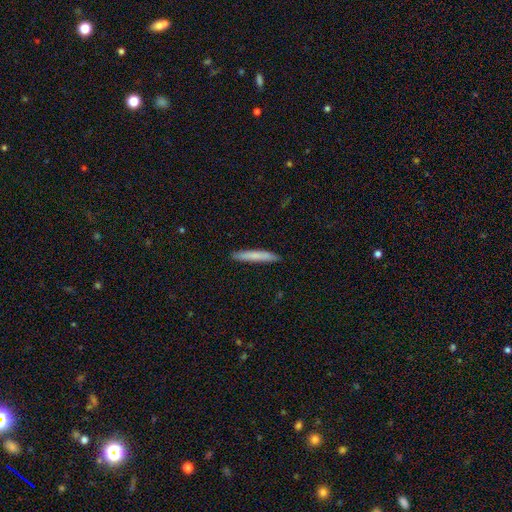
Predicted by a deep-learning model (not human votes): This is likely a smooth galaxy (75%). How rounded: clearly cigar-shaped (95%). Merging: clearly none (90%).